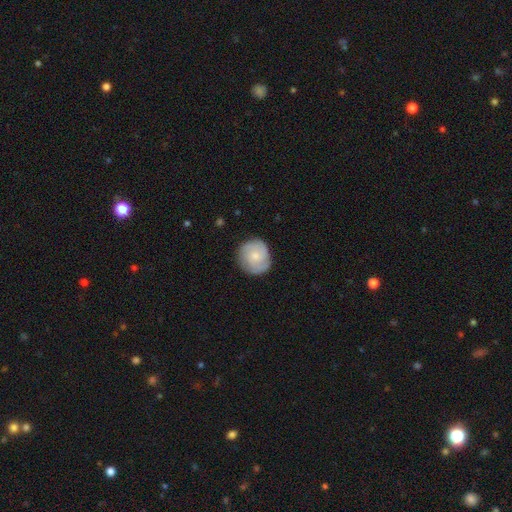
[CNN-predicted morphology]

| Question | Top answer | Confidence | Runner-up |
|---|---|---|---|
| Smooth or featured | smooth | 48% | featured or disk (46%) |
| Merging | none | 82% | minor disturbance (14%) |